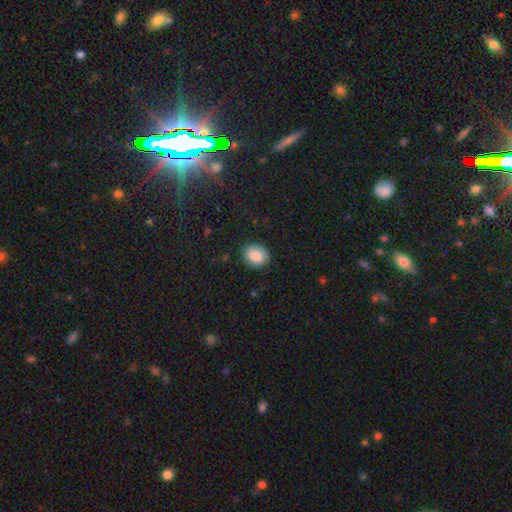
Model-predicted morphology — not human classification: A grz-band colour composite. It shows a smooth galaxy with no disk features (82%) that is round (61%). Merging: none (85%).